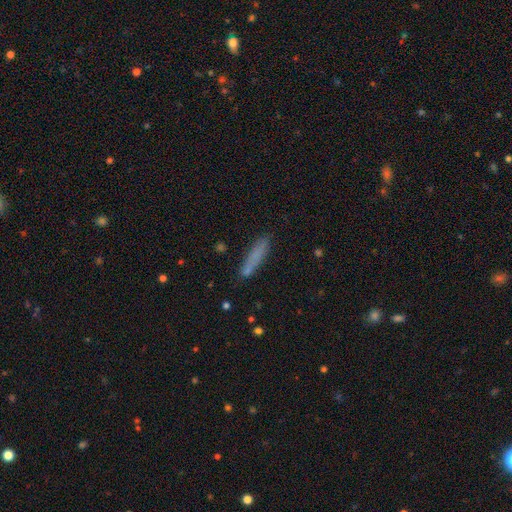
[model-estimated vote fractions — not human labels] smooth_or_featured: smooth (p=0.78) [alt: featured or disk p=0.14]
how_rounded: cigar-shaped (p=0.88) [alt: in between p=0.11]
merging: none (p=0.79) [alt: minor disturbance p=0.14]